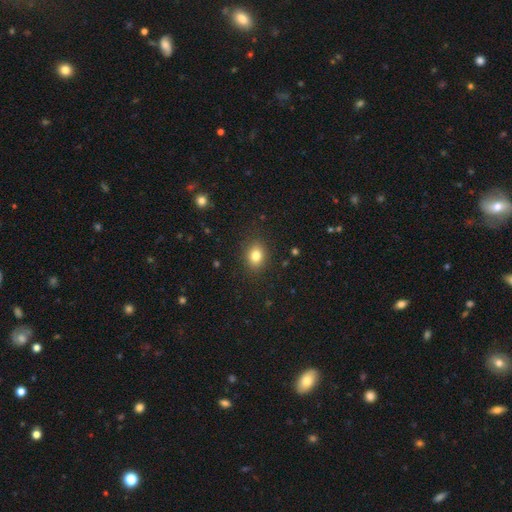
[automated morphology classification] type=smooth (81%); roundness=in between (54%); merging=none (88%).